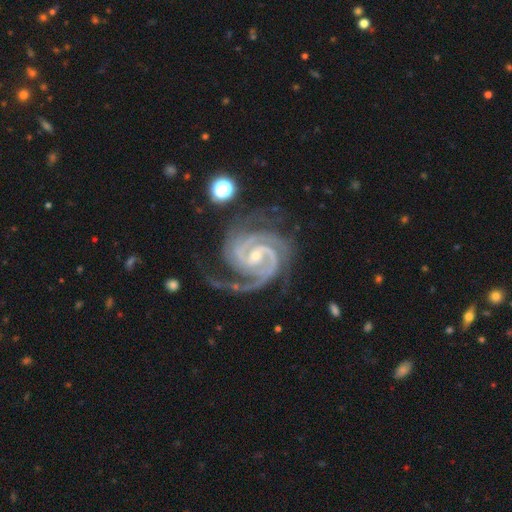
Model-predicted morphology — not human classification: smooth_or_featured: featured or disk (p=0.94) [alt: star or artifact p=0.04]
disk_edge_on: no (p=0.98) [alt: yes p=0.02]
bar: weak (p=0.44) [alt: no p=0.31]
has_spiral_arms: yes (p=0.99) [alt: no p=0.01]
spiral_winding: tight (p=0.60) [alt: medium p=0.36]
spiral_arm_count: 2 (p=0.49) [alt: 3 p=0.30]
bulge_size: small (p=0.66) [alt: moderate p=0.31]
merging: none (p=0.63) [alt: minor disturbance p=0.21]